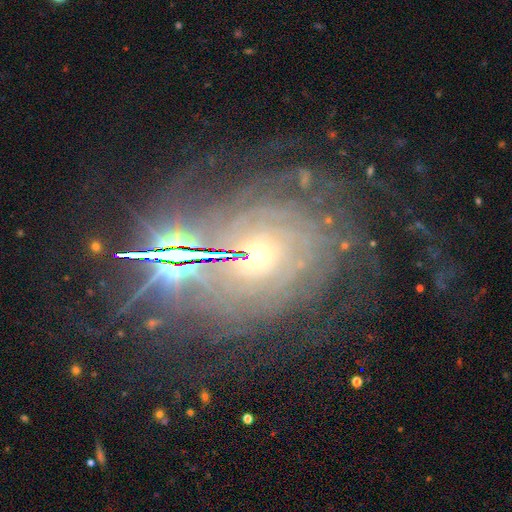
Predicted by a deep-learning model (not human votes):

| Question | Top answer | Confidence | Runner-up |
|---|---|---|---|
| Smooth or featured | featured or disk | 71% | star or artifact (19%) |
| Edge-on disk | no | 95% | yes (5%) |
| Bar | no | 78% | weak (16%) |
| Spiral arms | yes | 87% | no (13%) |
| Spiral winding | tight | 74% | medium (18%) |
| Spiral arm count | can't tell | 43% | more than 4 (18%) |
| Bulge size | small | 58% | moderate (34%) |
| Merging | none | 63% | minor disturbance (16%) |